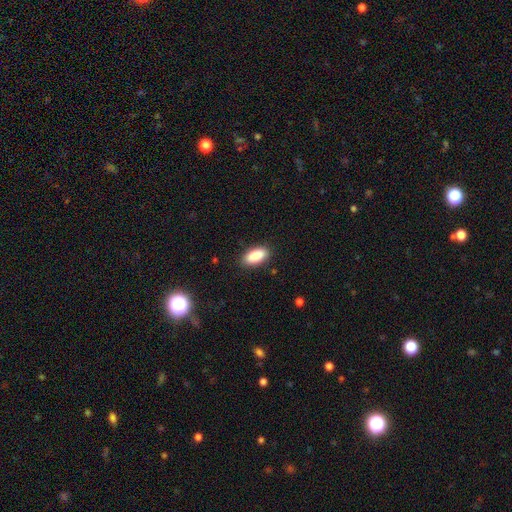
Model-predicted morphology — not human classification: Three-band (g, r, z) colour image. It shows a smooth galaxy with no disk features (89%) that is in between round and cigar-shaped (91%). Merging: none (88%).